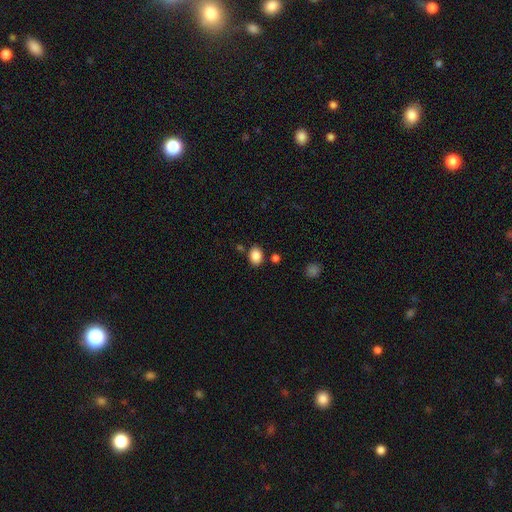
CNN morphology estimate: This is clearly a smooth galaxy (87%). How rounded: likely in between (62%). Merging: clearly none (81%).